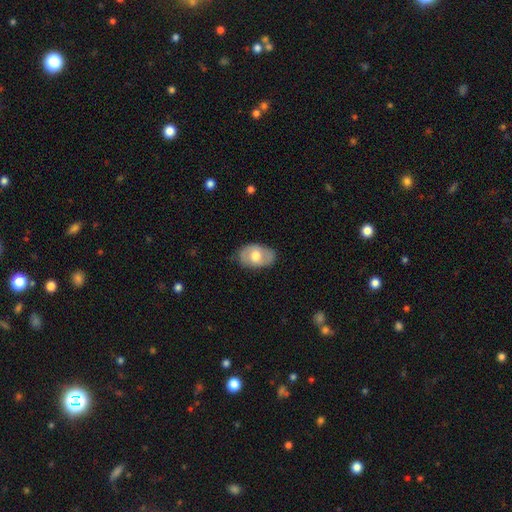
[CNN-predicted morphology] type=smooth (55%); roundness=in between (86%); merging=none (79%).